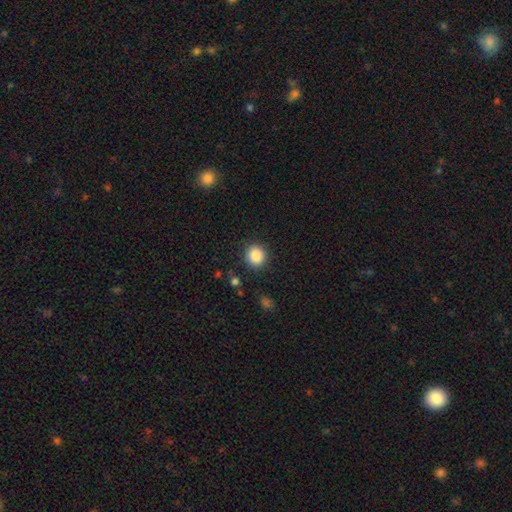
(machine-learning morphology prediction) Q: Smooth or featured?
A: smooth (86%); runner-up: star or artifact (10%)
Q: How rounded?
A: round (89%); runner-up: in between (10%)
Q: Merging?
A: none (88%); runner-up: minor disturbance (7%)